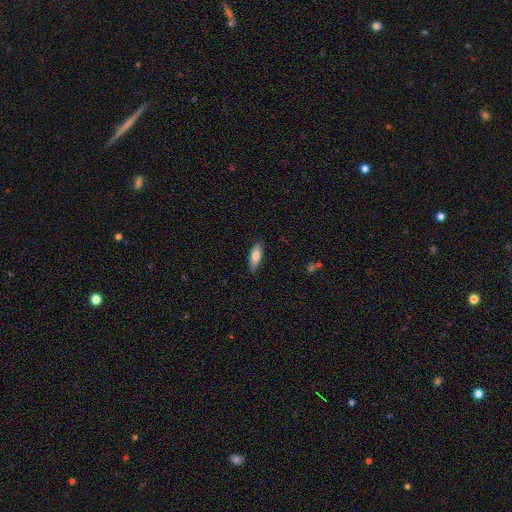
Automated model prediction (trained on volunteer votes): This is likely a smooth galaxy (75%). How rounded: possibly in between (59%). Merging: clearly none (84%).